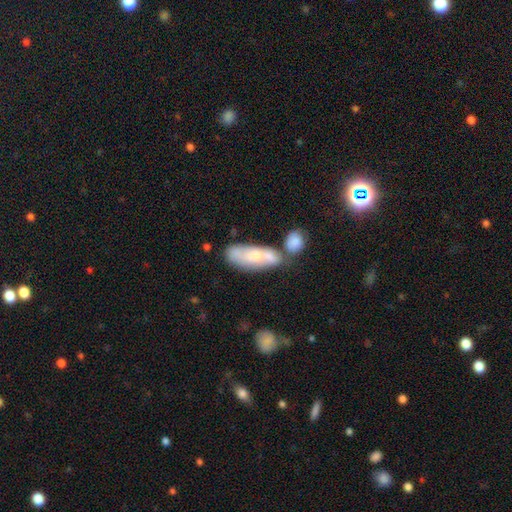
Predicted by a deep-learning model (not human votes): This appears to be a smooth galaxy with no disk features (56%) that is in between round and cigar-shaped (68%). Merging: none (39%).